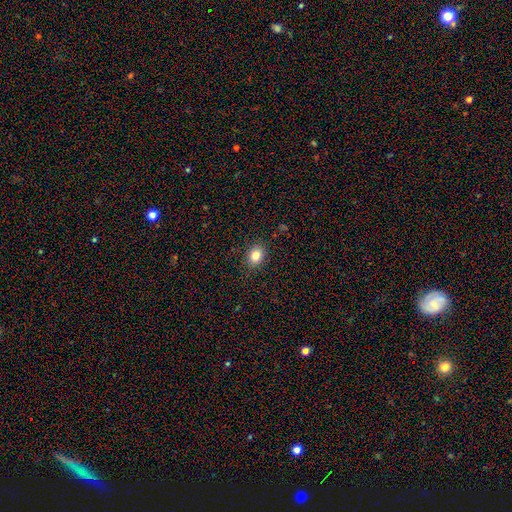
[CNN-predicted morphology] Smooth or featured? smooth (82%)
How rounded? round (50%)
Merging? none (88%)